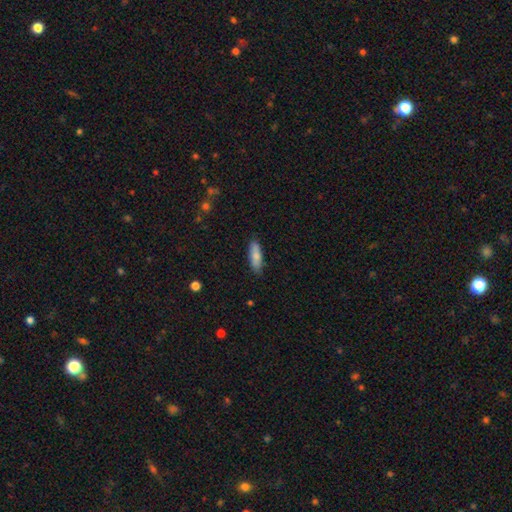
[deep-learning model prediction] smooth-or-featured: smooth: 80% | featured or disk: 14% | star or artifact: 6%
  how-rounded: cigar-shaped: 50% | in between: 48% | round: 2%
  merging: none: 83% | minor disturbance: 13% | major disturbance: 2% | merger: 1%